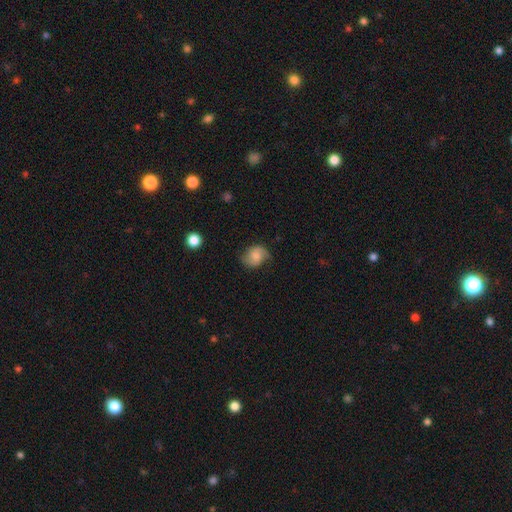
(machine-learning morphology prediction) smooth-or-featured: smooth: 54% | featured or disk: 37% | star or artifact: 9%
  how-rounded: in between: 50% | round: 49% | cigar-shaped: 1%
  merging: none: 64% | minor disturbance: 26% | major disturbance: 9% | merger: 1%